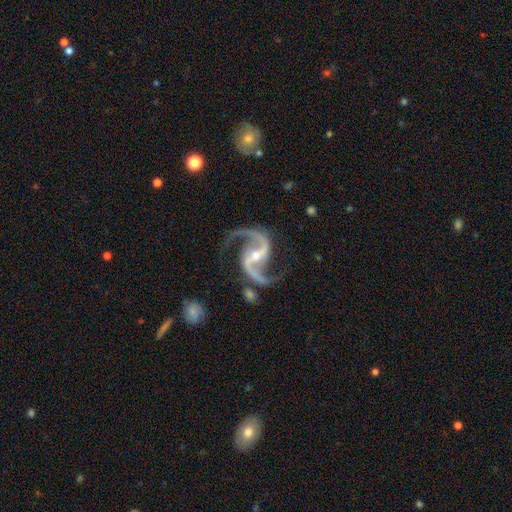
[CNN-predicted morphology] type=featured or disk (94%); edge-on=no (98%); bar=strong (46%); spiral arms=yes (99%); winding=medium (50%); arm count=2 (95%); bulge=small (56%); merging=none (78%).